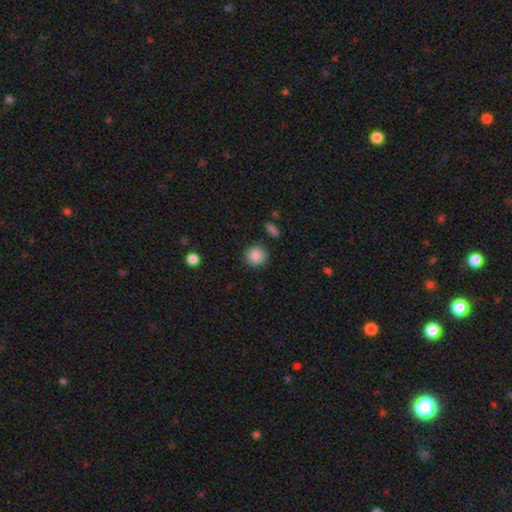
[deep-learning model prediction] smooth 87%, star or artifact 8%, featured or disk 5%. Down the decision tree: how rounded — round (90%); merging — none (88%).